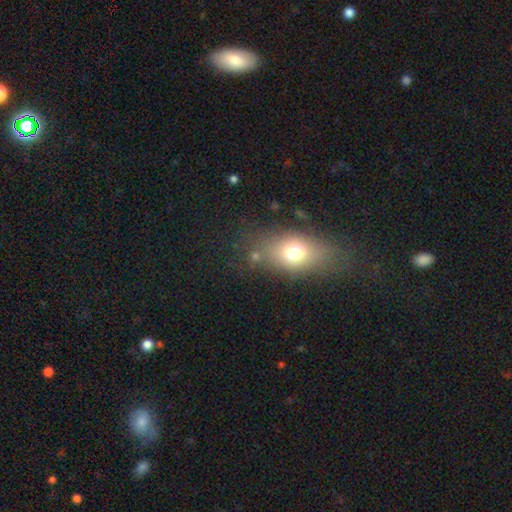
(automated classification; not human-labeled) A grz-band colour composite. It shows a smooth galaxy with no disk features (67%) that is in between round and cigar-shaped (69%). Merging: none (70%).